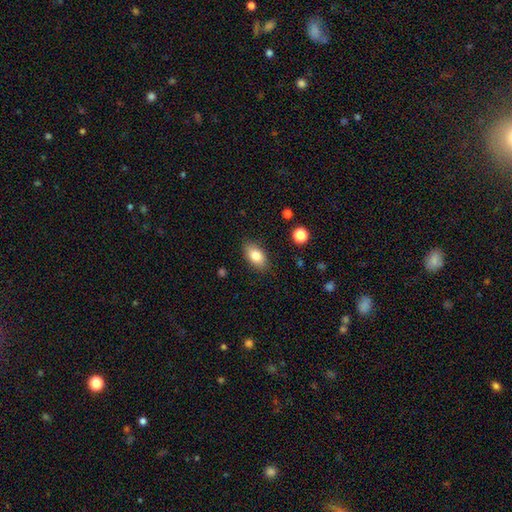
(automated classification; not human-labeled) Smooth or featured? smooth (81%)
How rounded? in between (90%)
Merging? none (86%)